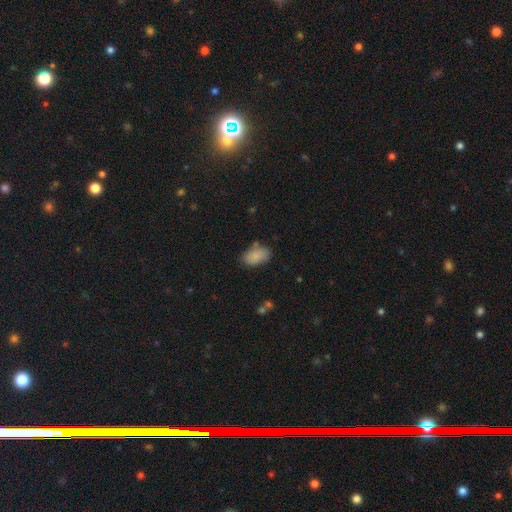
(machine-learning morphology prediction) Smooth or featured?
  - smooth: 85% *
  - star or artifact: 8%
  - featured or disk: 7%
How rounded?
  - in between: 92% *
  - round: 6%
  - cigar-shaped: 2%
Merging?
  - none: 70% *
  - minor disturbance: 20%
  - merger: 6%
  - major disturbance: 5%